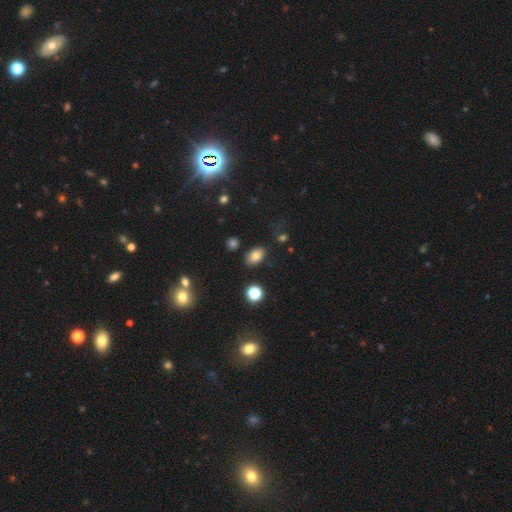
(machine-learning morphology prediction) smooth_or_featured: smooth (p=0.80) [alt: star or artifact p=0.12]
how_rounded: in between (p=0.84) [alt: round p=0.15]
merging: none (p=0.82) [alt: minor disturbance p=0.11]